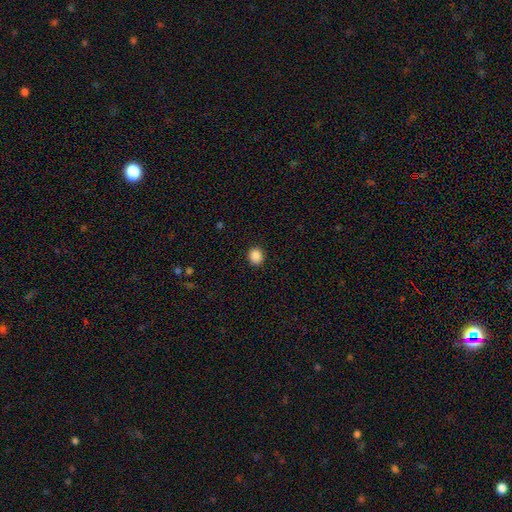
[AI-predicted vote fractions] Smooth or featured? Predicted: smooth (p=0.88). How rounded? Predicted: round (p=0.78). Merging? Predicted: none (p=0.91).